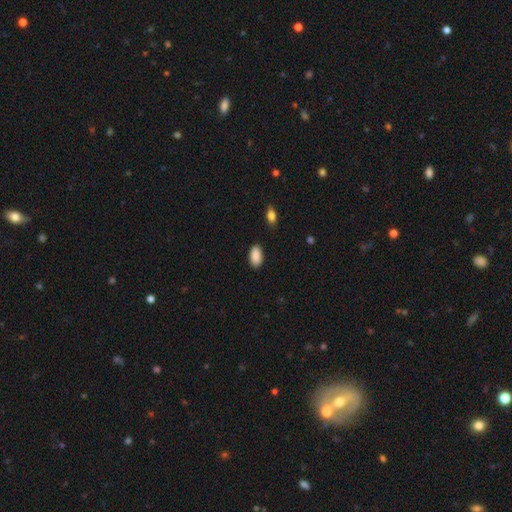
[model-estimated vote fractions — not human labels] A smooth galaxy with no disk features (89%) that is in between round and cigar-shaped (94%). Merging: none (87%).